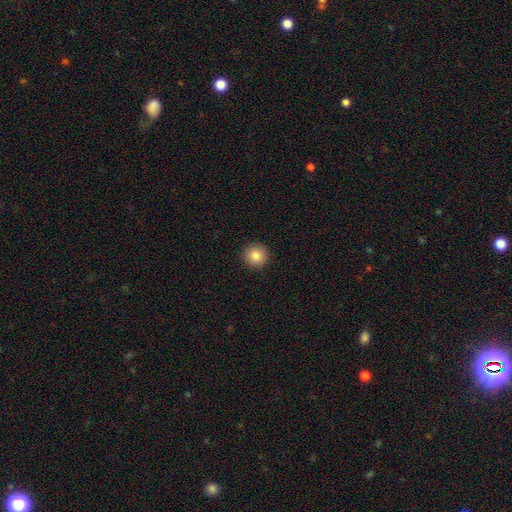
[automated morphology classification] Smooth or featured: smooth — 85% (star or artifact — 9%)
How rounded: round — 94% (in between — 5%)
Merging: none — 92% (minor disturbance — 5%)